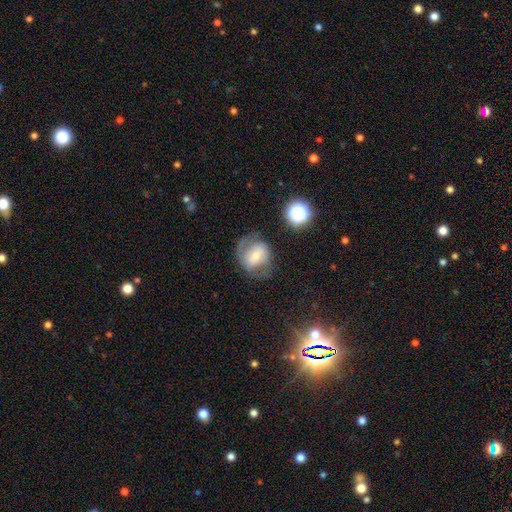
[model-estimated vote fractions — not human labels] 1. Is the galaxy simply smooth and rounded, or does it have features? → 58% featured or disk, 33% smooth, 10% star or artifact.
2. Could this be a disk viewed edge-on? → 96% no, 4% yes.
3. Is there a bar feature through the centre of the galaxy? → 38% no (tied), 38% weak (tied), 24% strong.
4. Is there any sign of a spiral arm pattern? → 75% yes, 25% no.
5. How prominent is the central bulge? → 49% moderate, 40% small, 7% large, 2% none, 2% dominant.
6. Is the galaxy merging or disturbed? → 60% none, 20% minor disturbance, 17% major disturbance, 3% merger.